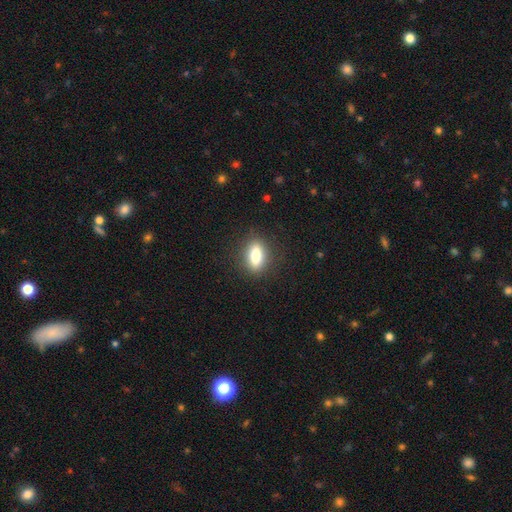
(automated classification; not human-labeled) The model was most divided on "how rounded": in between: 77%, cigar-shaped: 15%, round: 8%. More confident: merging — none (87%); smooth or featured — smooth (80%).